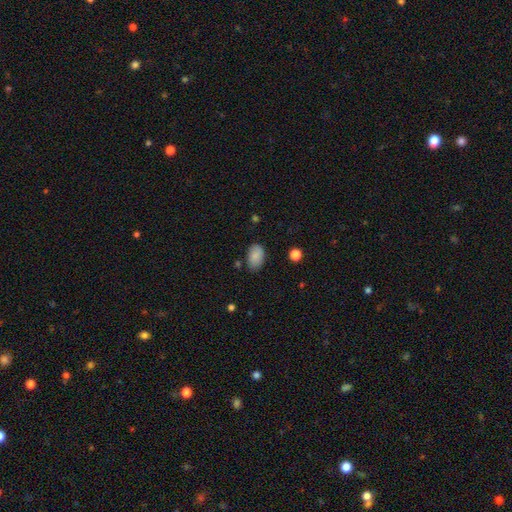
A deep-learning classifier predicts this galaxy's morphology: type=smooth (87%); roundness=in between (91%); merging=none (78%).